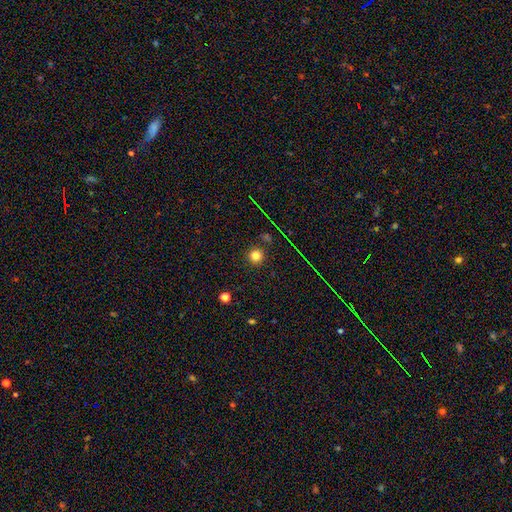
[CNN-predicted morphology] Smooth or featured? Predicted: smooth (p=0.78). How rounded? Predicted: round (p=0.93). Merging? Predicted: none (p=0.88).